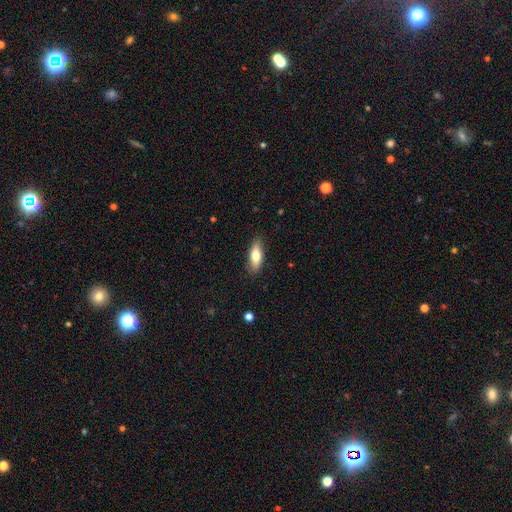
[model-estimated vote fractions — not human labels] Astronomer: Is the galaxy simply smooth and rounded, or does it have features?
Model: smooth — 74%.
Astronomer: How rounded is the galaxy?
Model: in between — 67%.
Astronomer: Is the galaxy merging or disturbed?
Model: none — 86%.